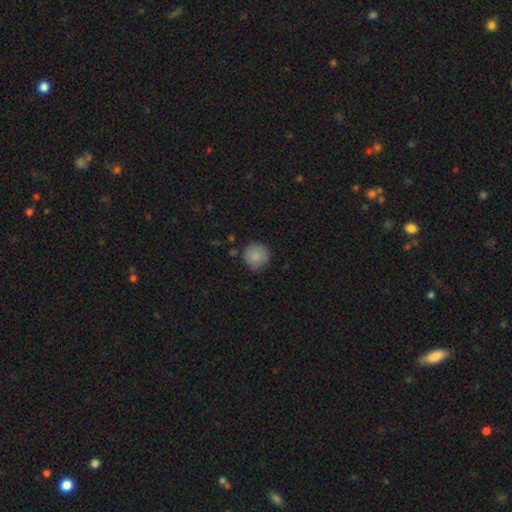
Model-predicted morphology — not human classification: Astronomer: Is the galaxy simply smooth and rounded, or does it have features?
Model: smooth — 87%.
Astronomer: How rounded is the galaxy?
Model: round — 94%.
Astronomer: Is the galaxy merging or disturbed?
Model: none — 82%.